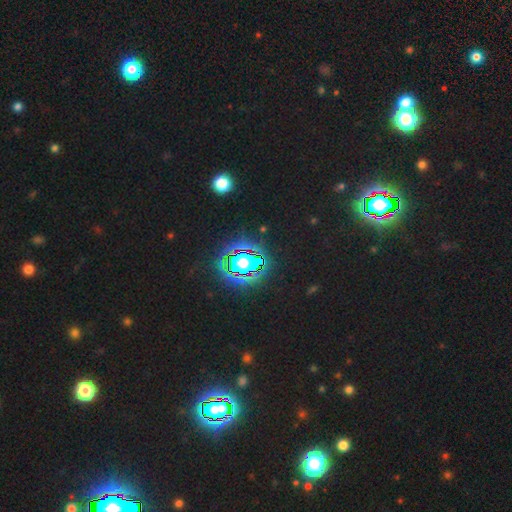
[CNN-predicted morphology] Smooth or featured?
  - star or artifact: 82% *
  - smooth: 10%
  - featured or disk: 7%